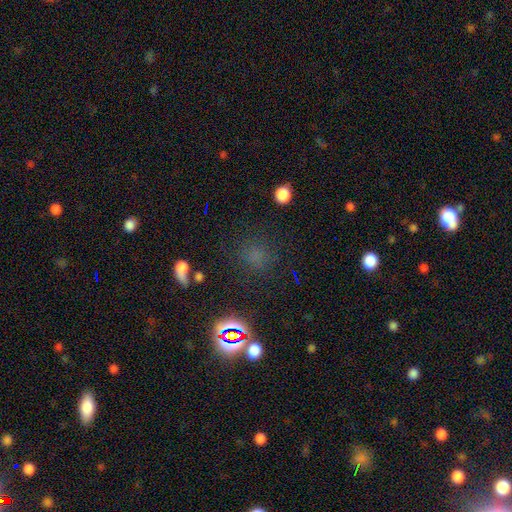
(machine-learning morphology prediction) Smooth or featured? Predicted: smooth (p=0.52). How rounded? Predicted: round (p=0.84). Merging? Predicted: none (p=0.79).